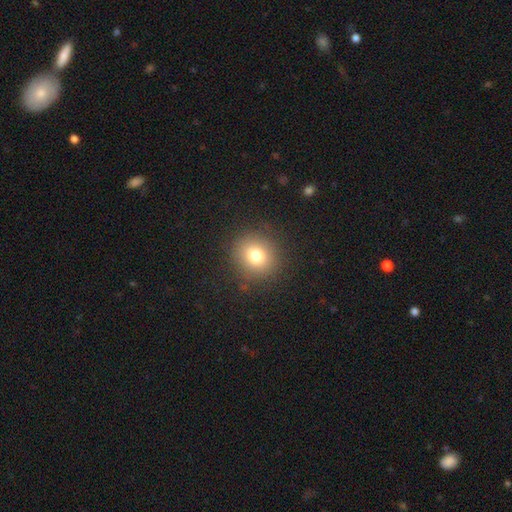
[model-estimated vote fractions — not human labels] Smooth or featured? smooth (77%)
How rounded? round (88%)
Merging? none (88%)